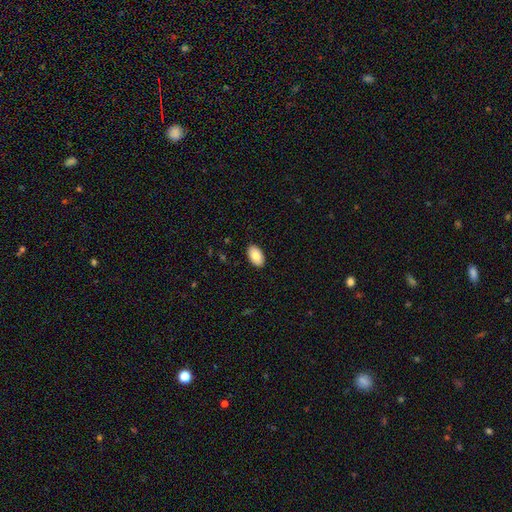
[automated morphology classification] Smooth or featured: smooth — 85% (featured or disk — 9%)
How rounded: in between — 94% (round — 5%)
Merging: none — 89% (minor disturbance — 8%)